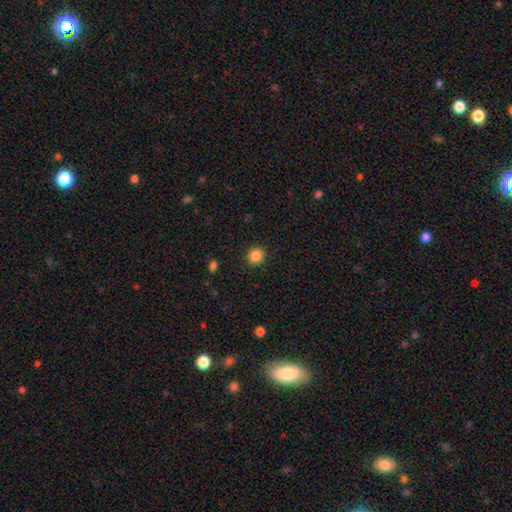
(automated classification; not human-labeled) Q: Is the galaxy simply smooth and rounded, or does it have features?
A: smooth — 86%.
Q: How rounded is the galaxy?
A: round — 86%.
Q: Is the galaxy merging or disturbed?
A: none — 91%.